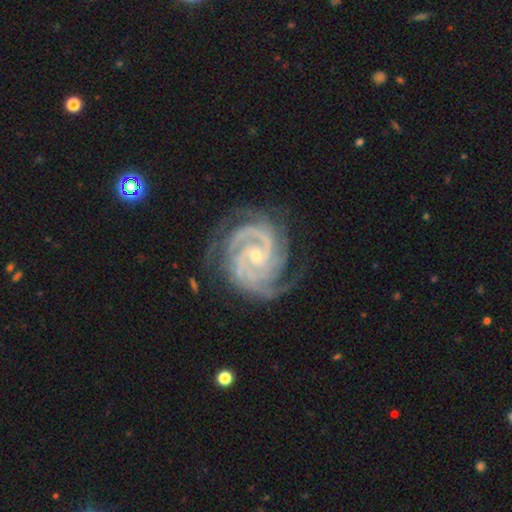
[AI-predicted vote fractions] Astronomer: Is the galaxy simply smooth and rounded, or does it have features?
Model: featured or disk — 93%.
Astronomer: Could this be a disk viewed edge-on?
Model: no — 98%.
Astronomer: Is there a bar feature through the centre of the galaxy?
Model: no — 58%.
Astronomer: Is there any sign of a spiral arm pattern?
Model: yes — 99%.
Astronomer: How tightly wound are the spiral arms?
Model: tight — 75%.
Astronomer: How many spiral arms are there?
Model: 2 — 37% (runner-up: 3, 33%).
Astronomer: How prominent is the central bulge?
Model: small — 73%.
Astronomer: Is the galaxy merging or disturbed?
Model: none — 74%.